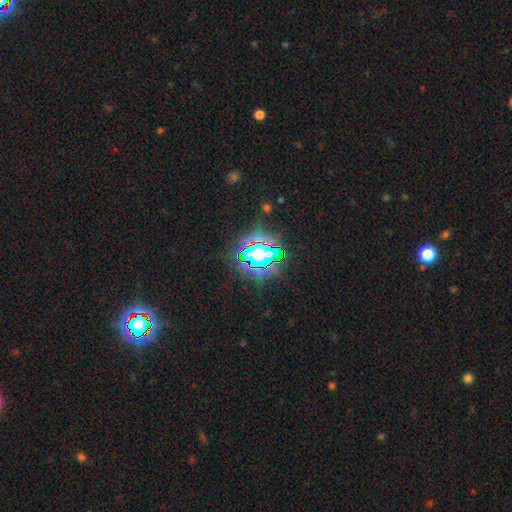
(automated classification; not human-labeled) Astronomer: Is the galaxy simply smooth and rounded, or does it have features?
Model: star or artifact — 79%.